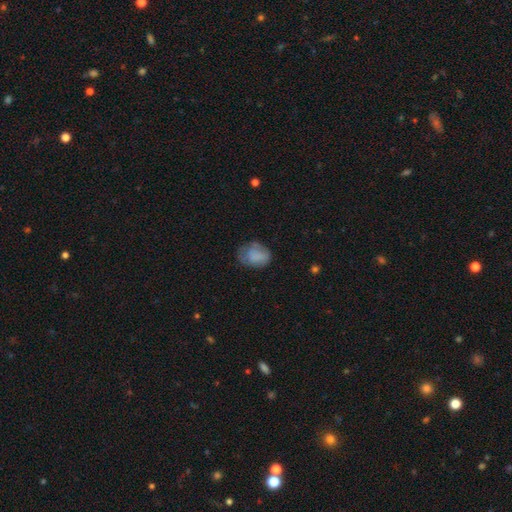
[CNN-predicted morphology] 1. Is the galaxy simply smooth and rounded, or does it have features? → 73% smooth, 18% featured or disk, 9% star or artifact.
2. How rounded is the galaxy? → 57% in between, 42% round, 1% cigar-shaped.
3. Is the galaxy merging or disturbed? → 51% none, 31% minor disturbance, 16% major disturbance, 2% merger.